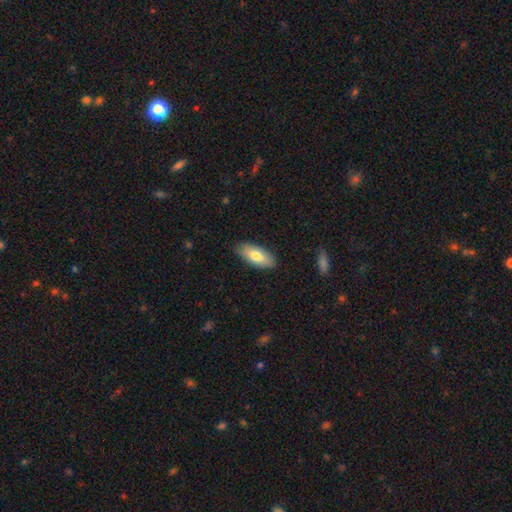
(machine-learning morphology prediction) Smooth or featured? smooth (77%)
How rounded? in between (85%)
Merging? none (86%)